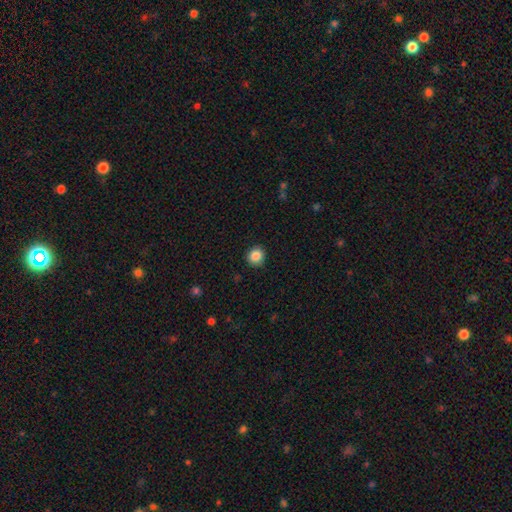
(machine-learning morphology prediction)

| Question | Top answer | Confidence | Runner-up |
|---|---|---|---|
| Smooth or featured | smooth | 87% | star or artifact (10%) |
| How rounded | round | 90% | in between (9%) |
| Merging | none | 90% | minor disturbance (7%) |